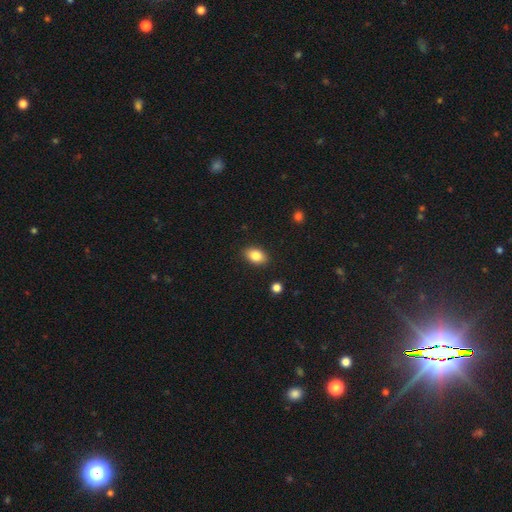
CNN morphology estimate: Overall: smooth (84%). How rounded: in between (87%). Merging: none (88%).